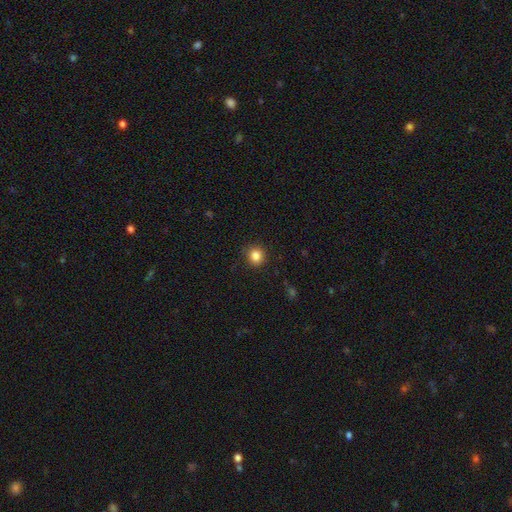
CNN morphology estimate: The model was most divided on "how rounded": round: 84%, in between: 15%, cigar-shaped: 1%. More confident: merging — none (88%); smooth or featured — smooth (85%).